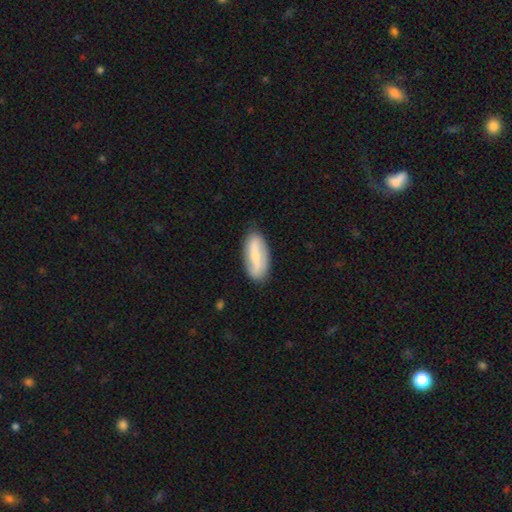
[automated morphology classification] This appears to be a featured or disk galaxy (53%). Merging: none (84%).